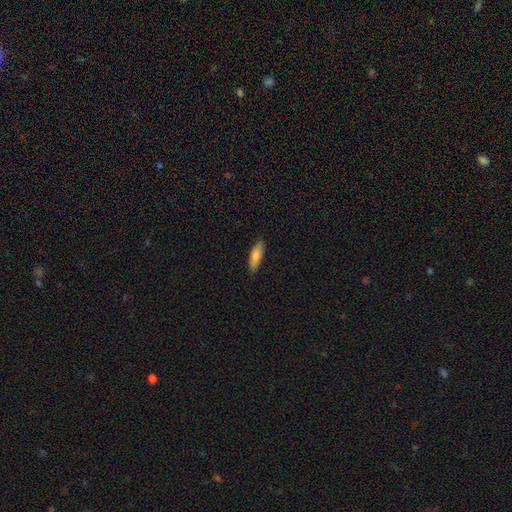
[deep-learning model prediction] smooth 81%, featured or disk 13%, star or artifact 6%. Down the decision tree: how rounded — in between (53%); merging — none (88%).